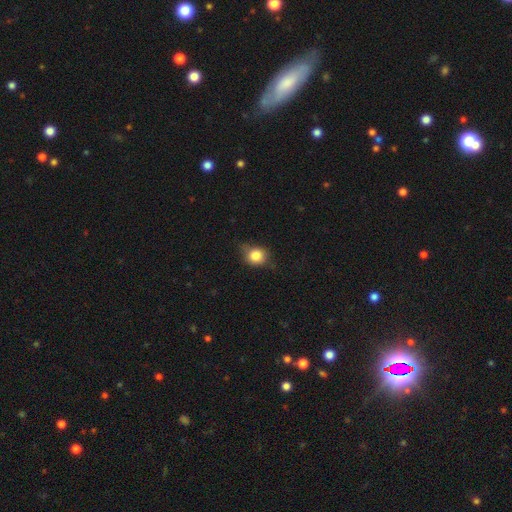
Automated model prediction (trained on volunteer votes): This appears to be a smooth galaxy with no disk features (79%) that is round (71%). Merging: none (61%).